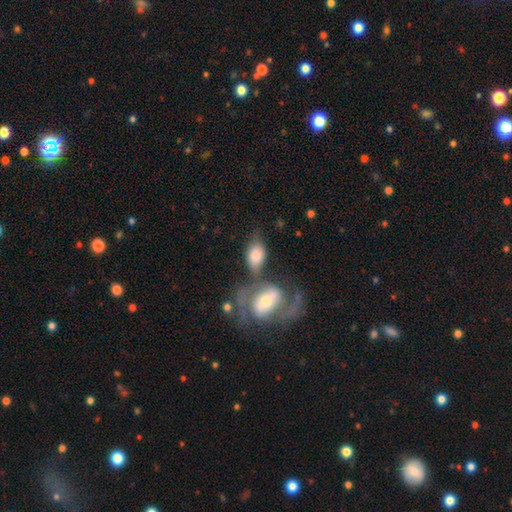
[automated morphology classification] smooth 65%, featured or disk 29%, star or artifact 6%. Down the decision tree: how rounded — in between (84%); merging — merger (38%).